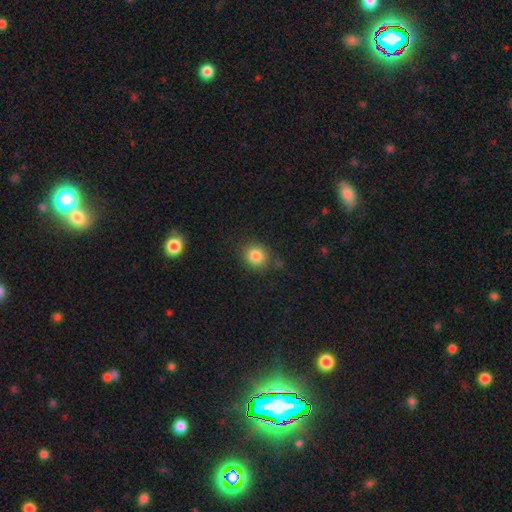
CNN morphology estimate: smooth_or_featured: smooth (p=0.84) [alt: star or artifact p=0.10]
how_rounded: round (p=0.80) [alt: in between p=0.19]
merging: none (p=0.82) [alt: minor disturbance p=0.12]